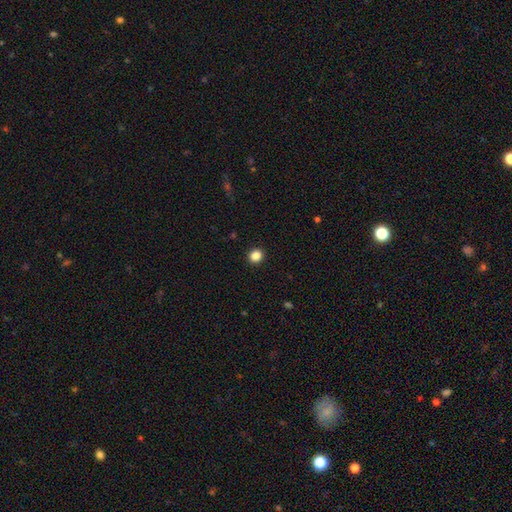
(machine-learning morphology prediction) This appears to be a smooth galaxy with no disk features (85%) that is round (88%). Merging: none (93%).